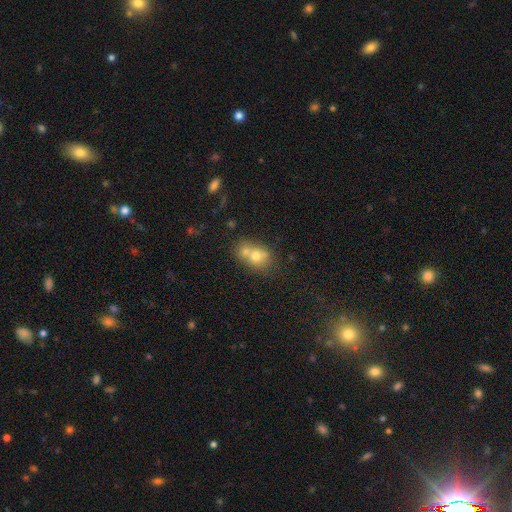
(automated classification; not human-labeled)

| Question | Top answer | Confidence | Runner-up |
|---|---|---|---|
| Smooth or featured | smooth | 65% | featured or disk (23%) |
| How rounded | round | 52% | in between (46%) |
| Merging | merger | 58% | none (30%) |